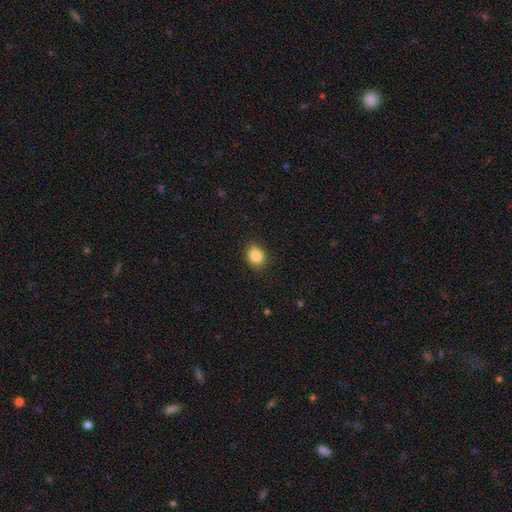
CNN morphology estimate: The model was most divided on "how rounded": round: 60%, in between: 39%, cigar-shaped: 1%. More confident: merging — none (88%); smooth or featured — smooth (87%).